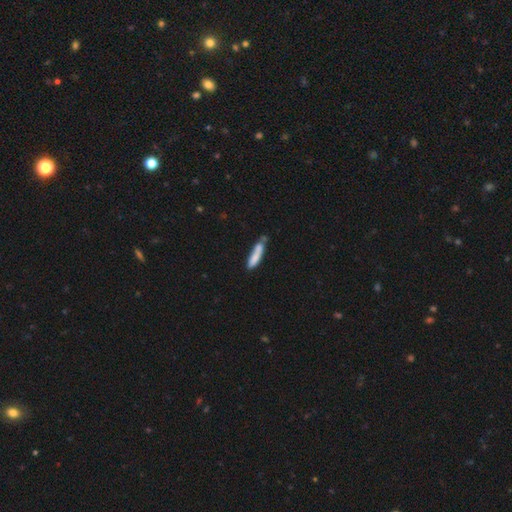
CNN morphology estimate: This appears to be a smooth galaxy with no disk features (77%) that is cigar-shaped (81%). Merging: none (51%).